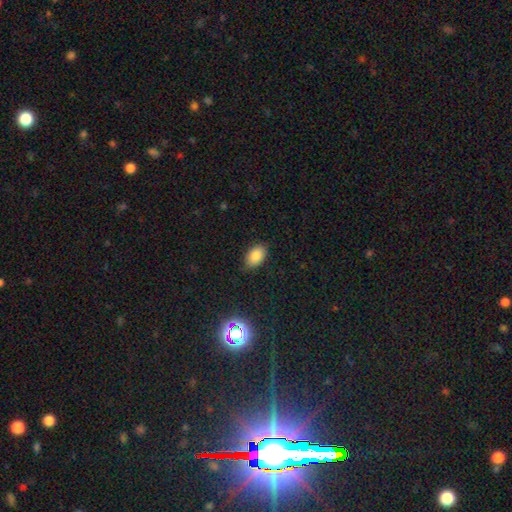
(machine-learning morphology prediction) This is clearly a smooth galaxy (83%). How rounded: clearly in between (90%). Merging: clearly none (84%).